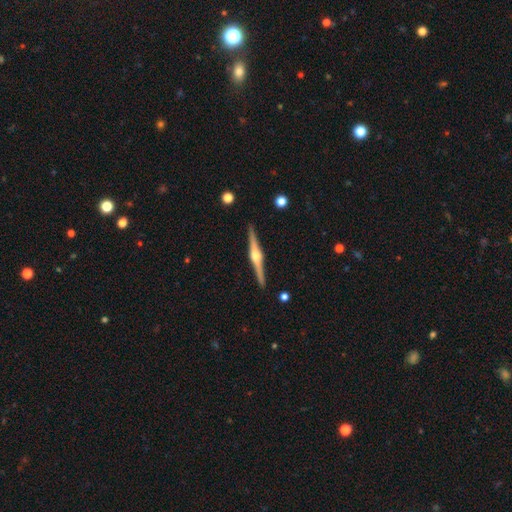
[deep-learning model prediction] smooth_or_featured: featured or disk (p=0.87) [alt: smooth p=0.09]
disk_edge_on: yes (p=0.99) [alt: no p=0.01]
edge_on_bulge: rounded (p=0.92) [alt: boxy p=0.05]
merging: none (p=0.92) [alt: minor disturbance p=0.06]